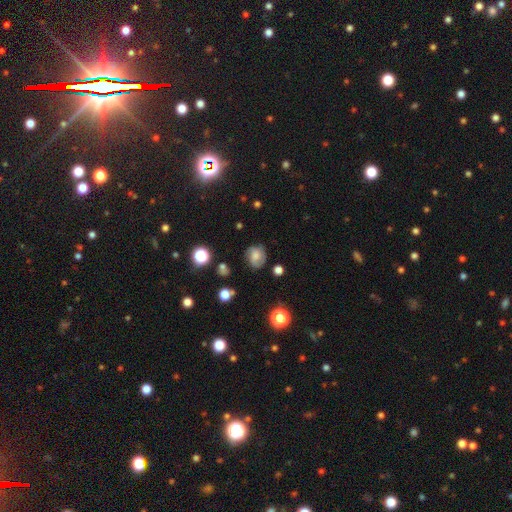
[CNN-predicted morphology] This appears to be a smooth galaxy with no disk features (44%). Merging: none (71%).